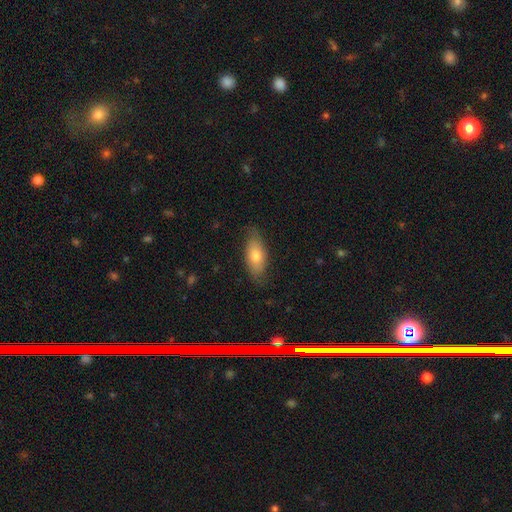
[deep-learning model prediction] Smooth or featured? smooth (71%)
How rounded? in between (83%)
Merging? none (76%)